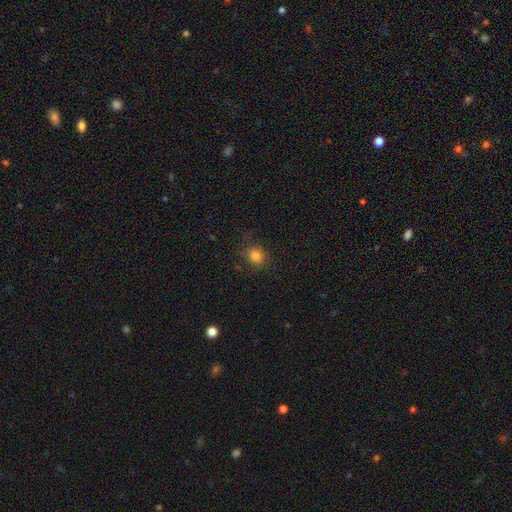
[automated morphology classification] This is clearly a smooth galaxy (82%). How rounded: likely round (79%). Merging: likely none (79%).